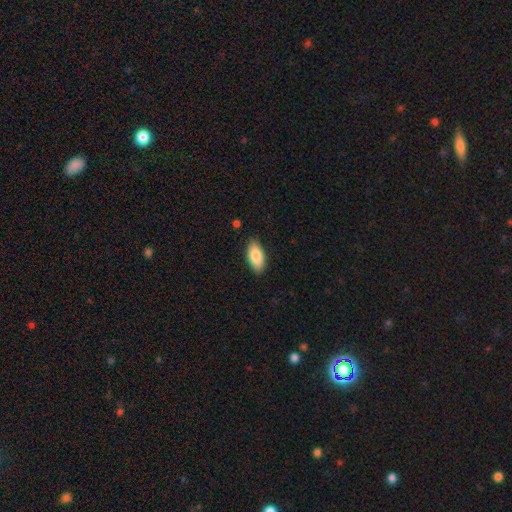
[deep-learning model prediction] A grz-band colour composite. It shows a smooth galaxy with no disk features (86%) that is in between round and cigar-shaped (92%). Merging: none (85%).